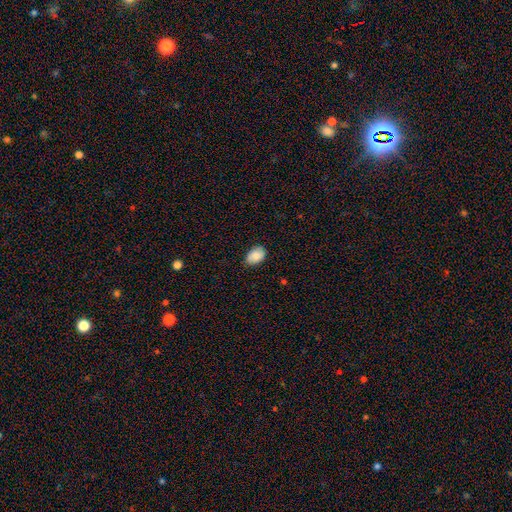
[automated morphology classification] Smooth or featured: smooth — 86% (star or artifact — 7%)
How rounded: in between — 88% (round — 11%)
Merging: none — 80% (minor disturbance — 17%)